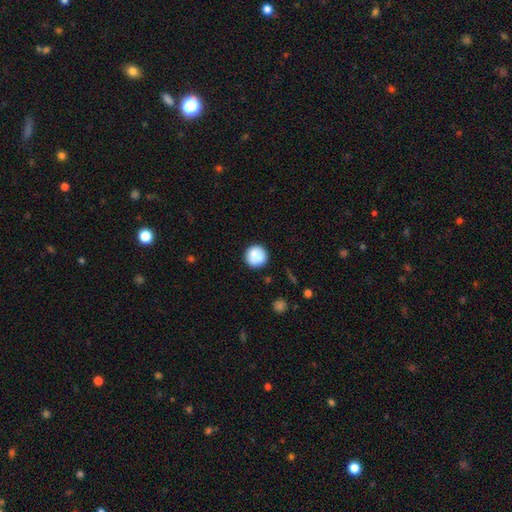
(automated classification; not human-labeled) The model was most divided on "merging": none: 85%, minor disturbance: 10%, merger: 3%, major disturbance: 3%. More confident: how rounded — round (95%); smooth or featured — smooth (85%).